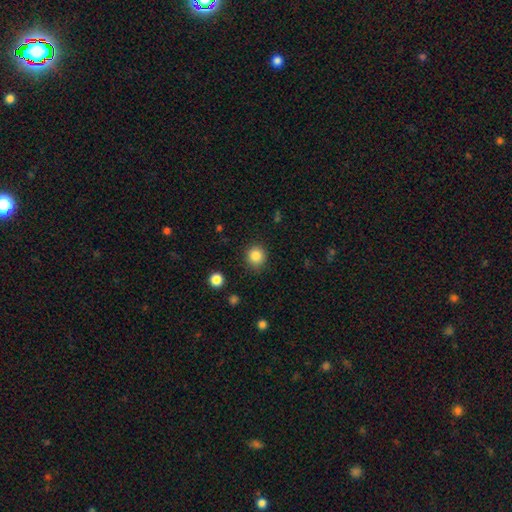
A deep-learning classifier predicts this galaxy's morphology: The model was most divided on "smooth or featured": smooth: 85%, star or artifact: 11%, featured or disk: 4%. More confident: how rounded — round (90%); merging — none (88%).